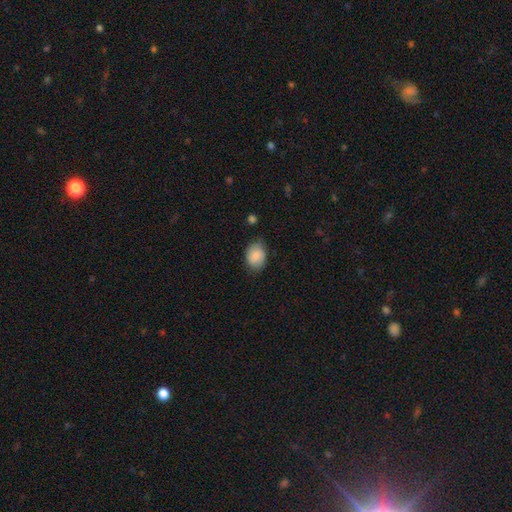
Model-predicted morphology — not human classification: type=smooth (83%); roundness=in between (67%); merging=none (72%).